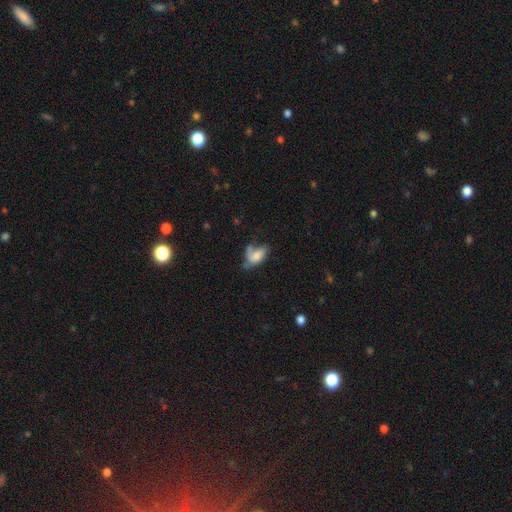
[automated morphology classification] A featured or disk galaxy (46%). Merging: major disturbance (39%).